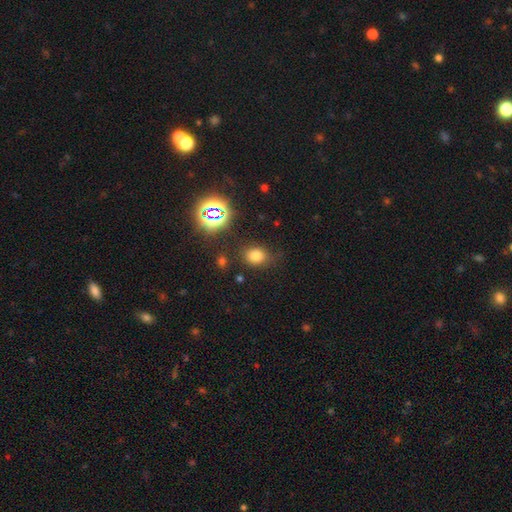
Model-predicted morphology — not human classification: smooth_or_featured: smooth (p=0.73) [alt: star or artifact p=0.20]
how_rounded: round (p=0.50) [alt: in between p=0.49]
merging: none (p=0.77) [alt: minor disturbance p=0.15]